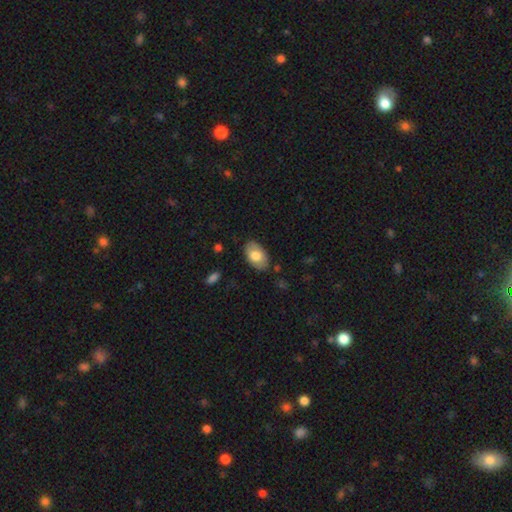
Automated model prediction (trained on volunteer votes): Q: Smooth or featured?
A: smooth (75%); runner-up: featured or disk (19%)
Q: How rounded?
A: in between (92%); runner-up: round (6%)
Q: Merging?
A: none (82%); runner-up: minor disturbance (14%)